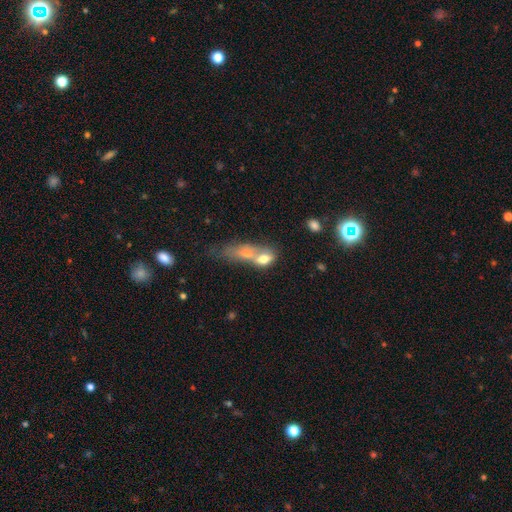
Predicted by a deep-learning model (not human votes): Overall: smooth (55%; featured or disk 27%). How rounded: in between (44%; round 29%). Merging: merger (59%; none 25%).